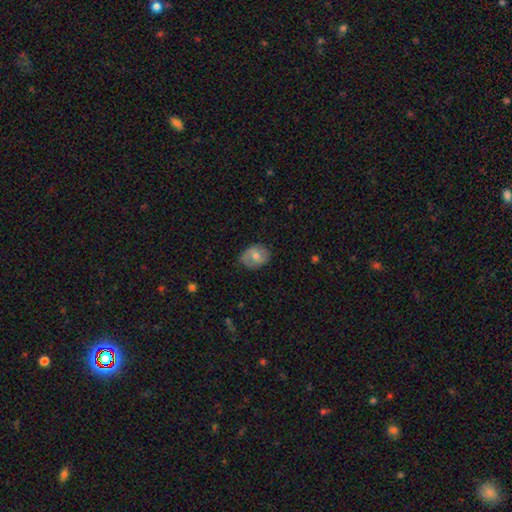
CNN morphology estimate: Smooth or featured?
  - smooth: 53% *
  - featured or disk: 39%
  - star or artifact: 8%
How rounded?
  - in between: 51% *
  - round: 48%
  - cigar-shaped: 1%
Merging?
  - none: 77% *
  - minor disturbance: 18%
  - major disturbance: 4%
  - merger: 1%